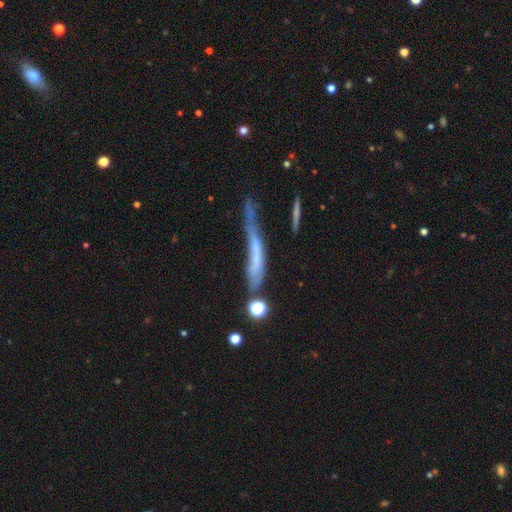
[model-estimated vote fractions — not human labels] Smooth or featured: smooth — 43% (tied with featured or disk — 43%)
Merging: major disturbance — 33% (none — 27%)